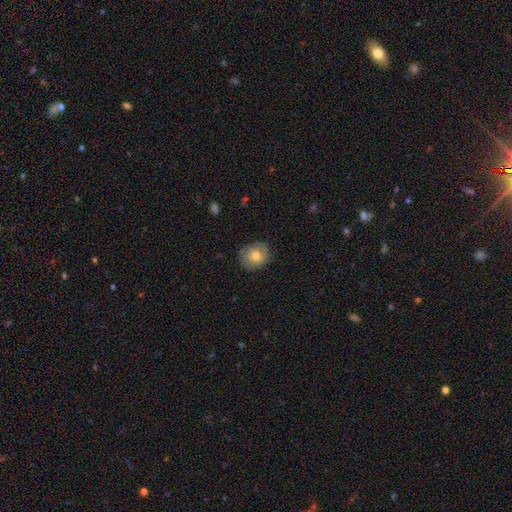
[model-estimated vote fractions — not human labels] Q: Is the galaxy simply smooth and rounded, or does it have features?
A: smooth — 72%.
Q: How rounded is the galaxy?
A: round — 71%.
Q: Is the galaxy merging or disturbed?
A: none — 79%.